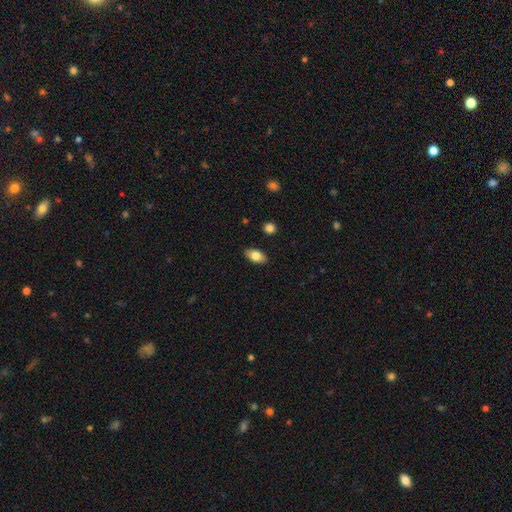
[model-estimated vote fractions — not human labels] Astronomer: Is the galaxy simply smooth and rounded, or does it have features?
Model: smooth — 78%.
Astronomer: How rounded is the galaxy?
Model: in between — 90%.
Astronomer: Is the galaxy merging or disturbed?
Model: none — 88%.